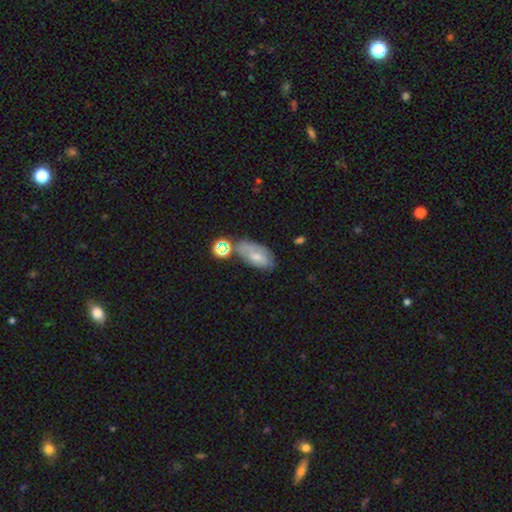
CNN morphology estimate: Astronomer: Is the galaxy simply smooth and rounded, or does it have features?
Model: smooth — 58%.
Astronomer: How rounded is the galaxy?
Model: in between — 90%.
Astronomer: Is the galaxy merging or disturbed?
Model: none — 49% (runner-up: minor disturbance, 27%).